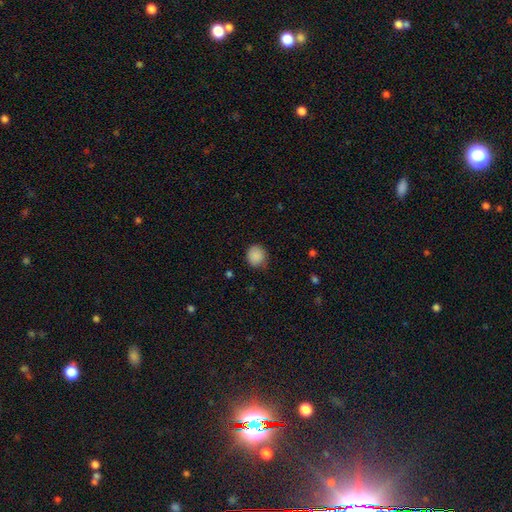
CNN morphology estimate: Overall: smooth (88%). How rounded: round (85%). Merging: none (77%).